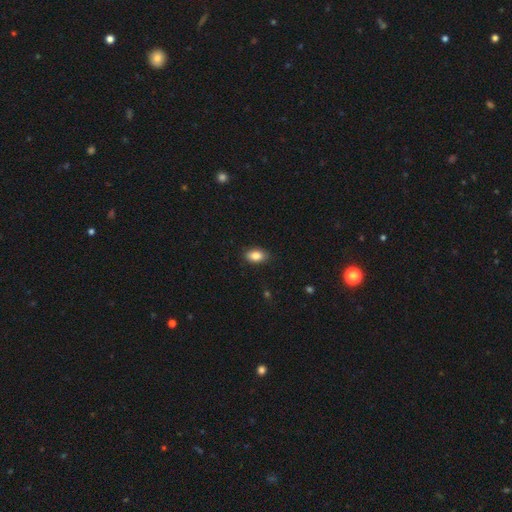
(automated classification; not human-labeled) This appears to be a smooth galaxy with no disk features (85%) that is in between round and cigar-shaped (89%). Merging: none (87%).